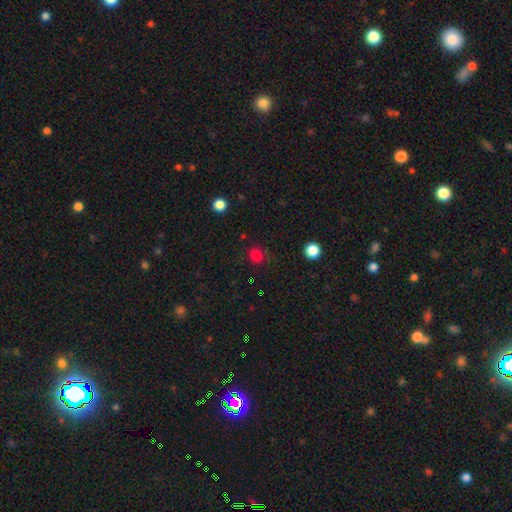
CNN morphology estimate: Overall: smooth (77%). How rounded: round (91%). Merging: none (84%).